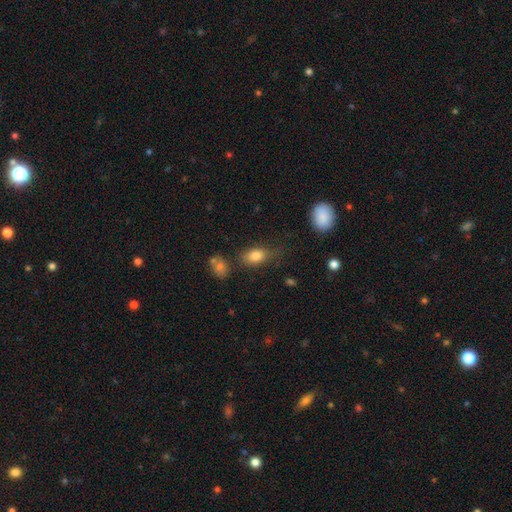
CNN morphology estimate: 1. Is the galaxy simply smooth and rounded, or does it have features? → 82% smooth, 9% star or artifact, 9% featured or disk.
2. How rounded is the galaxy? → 82% in between, 14% round, 3% cigar-shaped.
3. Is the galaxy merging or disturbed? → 61% none, 24% minor disturbance, 10% major disturbance, 5% merger.